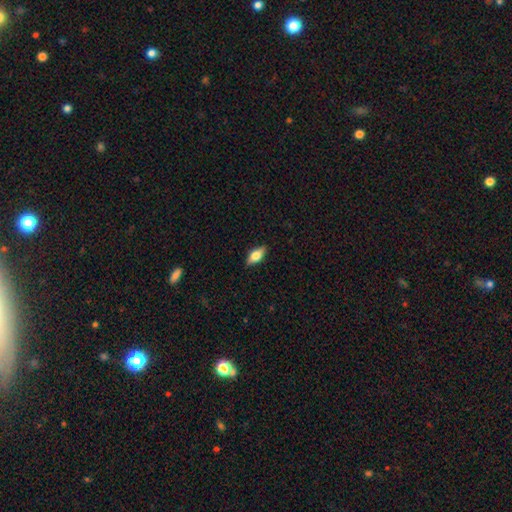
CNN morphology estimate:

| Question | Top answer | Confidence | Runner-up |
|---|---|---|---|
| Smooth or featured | smooth | 59% | featured or disk (34%) |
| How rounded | in between | 79% | cigar-shaped (17%) |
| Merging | none | 87% | minor disturbance (10%) |